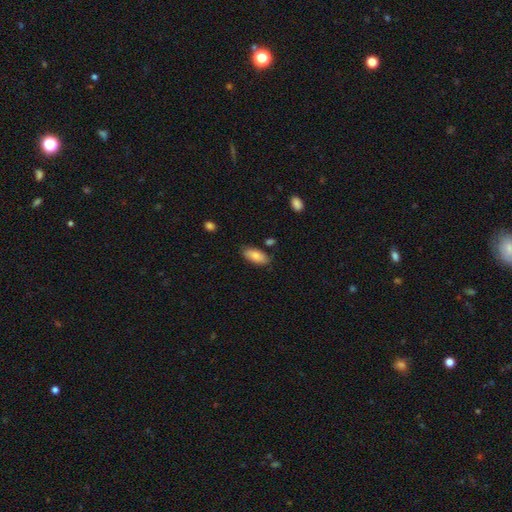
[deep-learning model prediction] This appears to be a smooth galaxy with no disk features (83%) that is in between round and cigar-shaped (88%). Merging: none (81%).